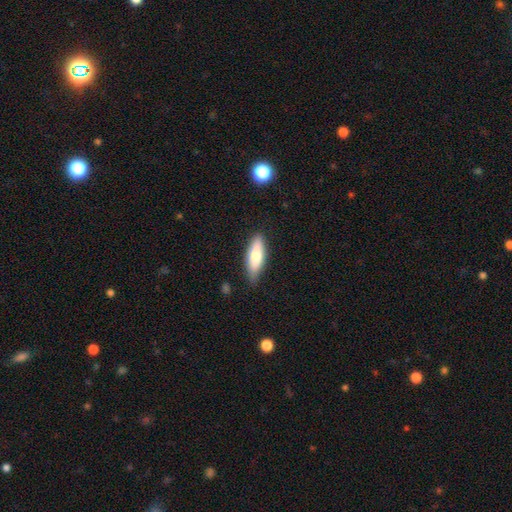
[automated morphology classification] The model was most divided on "how rounded": in between: 54%, cigar-shaped: 44%, round: 2%. More confident: merging — none (79%); smooth or featured — smooth (74%).